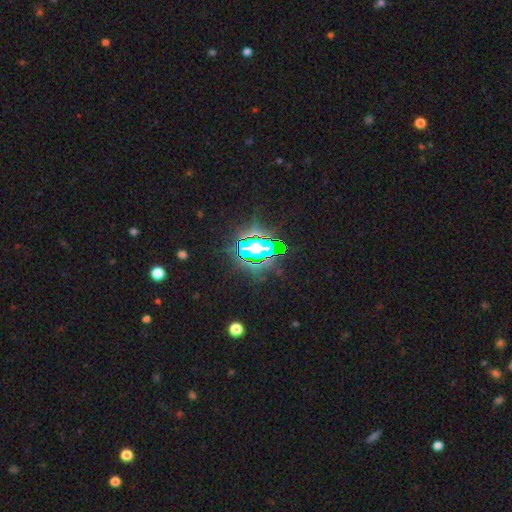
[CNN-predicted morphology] type=star or artifact (78%).